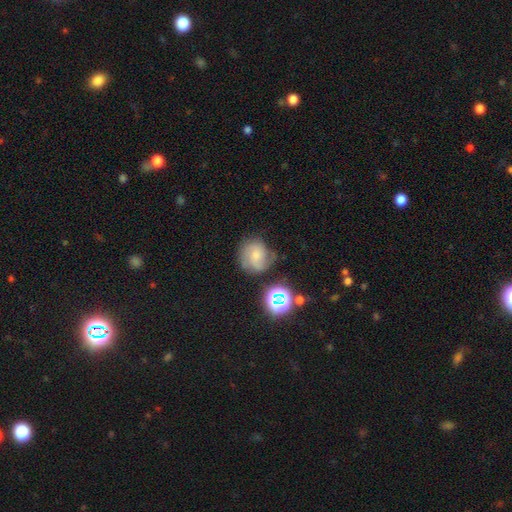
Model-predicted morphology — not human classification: Overall: featured or disk (45%; smooth 40%). Merging: none (56%; minor disturbance 25%).